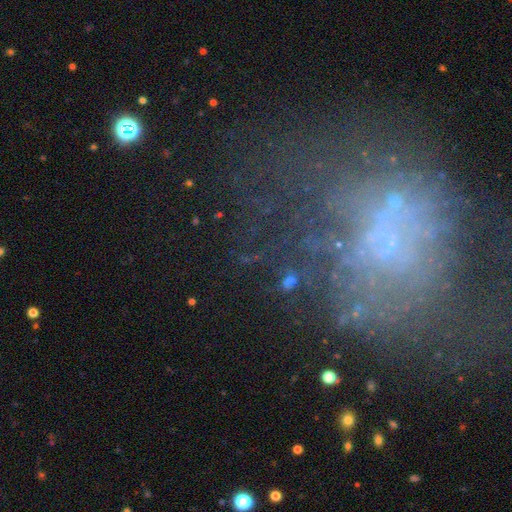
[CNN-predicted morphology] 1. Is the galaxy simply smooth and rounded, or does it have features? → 44% featured or disk, 30% star or artifact, 26% smooth.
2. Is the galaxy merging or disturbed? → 44% none, 30% major disturbance, 16% minor disturbance, 9% merger.